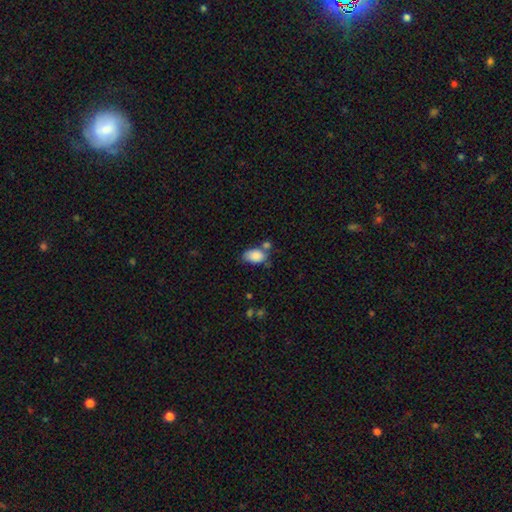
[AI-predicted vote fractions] smooth_or_featured: smooth (p=0.85) [alt: star or artifact p=0.08]
how_rounded: in between (p=0.90) [alt: round p=0.09]
merging: none (p=0.46) [alt: minor disturbance p=0.25]